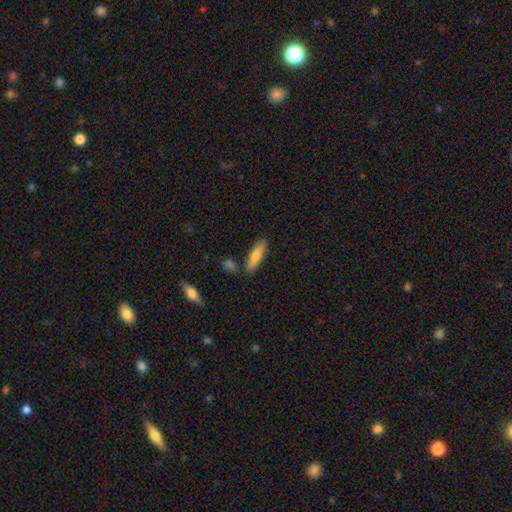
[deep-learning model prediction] A smooth galaxy with no disk features (74%) that is cigar-shaped (57%).

Vote fractions:
- Smooth or featured? smooth: 74% / featured or disk: 20% / star or artifact: 6%
- How rounded? cigar-shaped: 57% / in between: 41% / round: 2%
- Merging? none: 81% / minor disturbance: 12% / merger: 5% / major disturbance: 2%